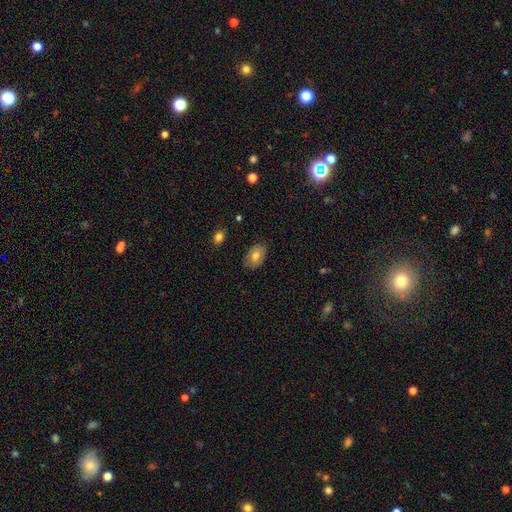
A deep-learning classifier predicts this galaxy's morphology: A smooth galaxy with no disk features (73%) that is in between round and cigar-shaped (86%).

Vote fractions:
- Smooth or featured? smooth: 73% / featured or disk: 19% / star or artifact: 8%
- How rounded? in between: 86% / round: 13% / cigar-shaped: 1%
- Merging? none: 84% / minor disturbance: 12% / major disturbance: 2% / merger: 1%